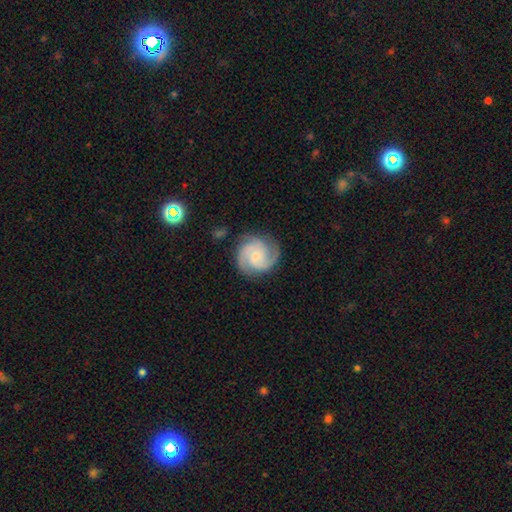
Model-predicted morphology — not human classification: This is clearly a featured or disk galaxy (85%). It is clearly not viewed edge-on (98%). Bar: likely no (65%). Spiral arm pattern: clearly yes (98%). Spiral arm count: possibly 3 (51%). Spiral winding: possibly tight (49%). Central bulge: likely small (64%). Merging: likely none (80%).